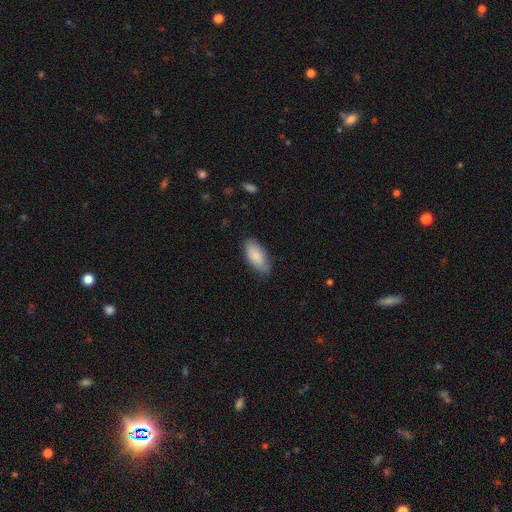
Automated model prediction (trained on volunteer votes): Q: Smooth or featured?
A: smooth (85%); runner-up: featured or disk (9%)
Q: How rounded?
A: in between (88%); runner-up: cigar-shaped (10%)
Q: Merging?
A: none (76%); runner-up: minor disturbance (19%)